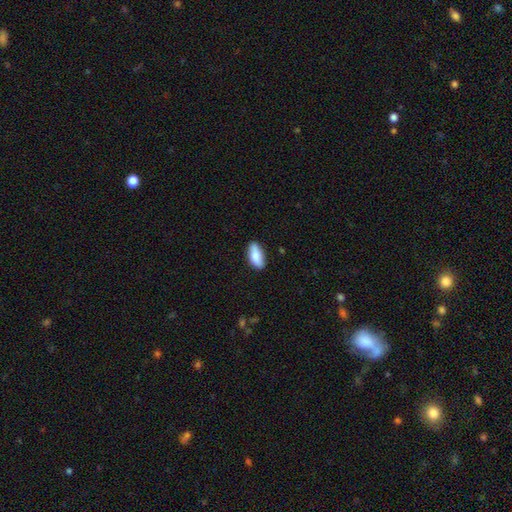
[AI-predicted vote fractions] smooth_or_featured: smooth (p=0.82) [alt: featured or disk p=0.12]
how_rounded: in between (p=0.85) [alt: cigar-shaped p=0.13]
merging: none (p=0.83) [alt: minor disturbance p=0.13]